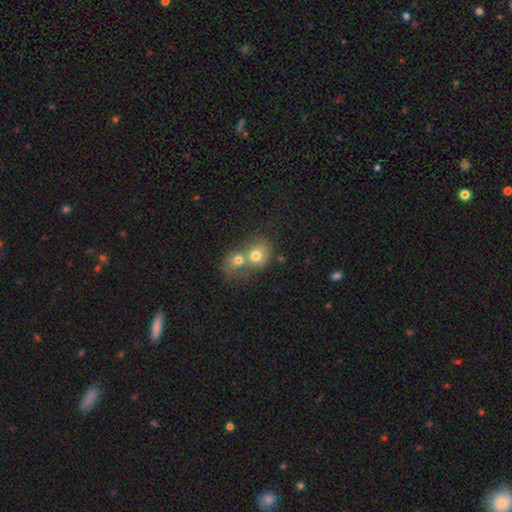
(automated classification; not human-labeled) This is likely a smooth galaxy (70%). How rounded: likely round (66%). Merging: likely merger (72%).